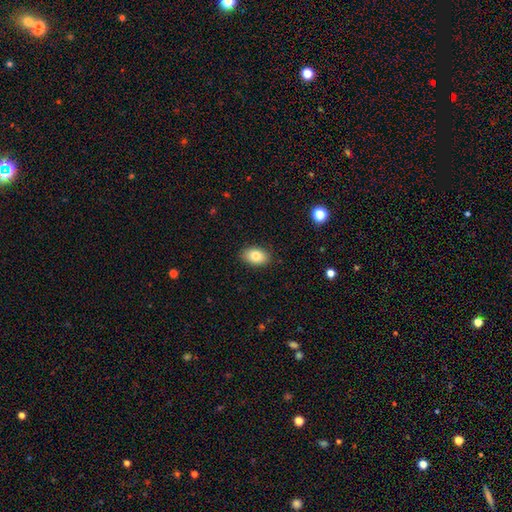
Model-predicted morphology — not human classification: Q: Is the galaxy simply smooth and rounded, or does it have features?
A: smooth — 82%.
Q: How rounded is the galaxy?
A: in between — 87%.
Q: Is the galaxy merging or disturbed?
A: none — 88%.